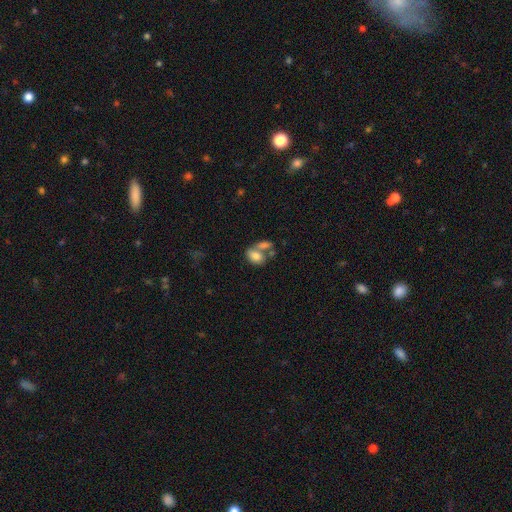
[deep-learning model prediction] A smooth galaxy with no disk features (77%) that is in between round and cigar-shaped (83%).

Vote fractions:
- Smooth or featured? smooth: 77% / featured or disk: 15% / star or artifact: 9%
- How rounded? in between: 83% / round: 15% / cigar-shaped: 2%
- Merging? merger: 50% / none: 32% / minor disturbance: 11% / major disturbance: 7%